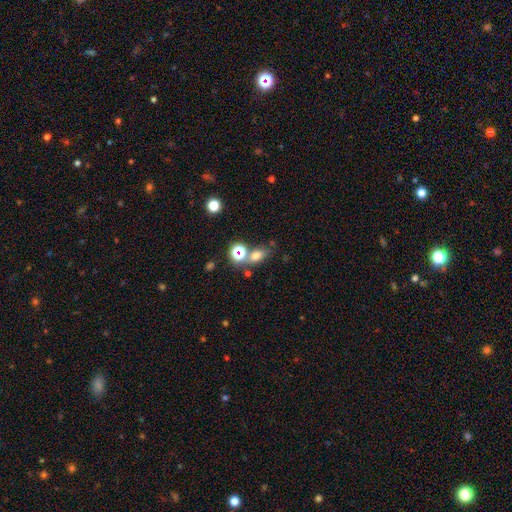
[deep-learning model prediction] Q: Smooth or featured?
A: smooth (67%); runner-up: star or artifact (22%)
Q: How rounded?
A: in between (66%); runner-up: round (30%)
Q: Merging?
A: none (59%); runner-up: merger (23%)